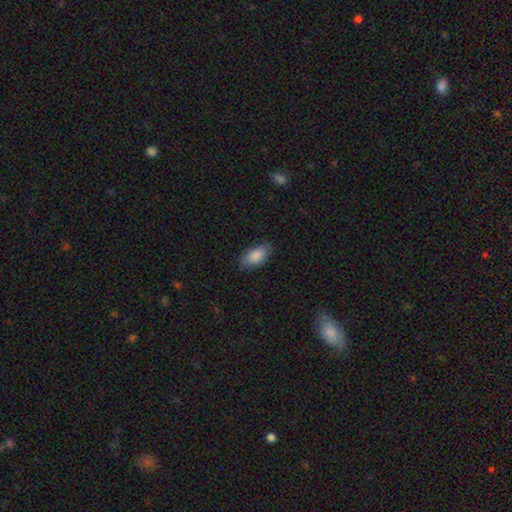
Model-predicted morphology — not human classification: This appears to be a smooth galaxy with no disk features (88%) that is in between round and cigar-shaped (93%). Merging: none (81%).